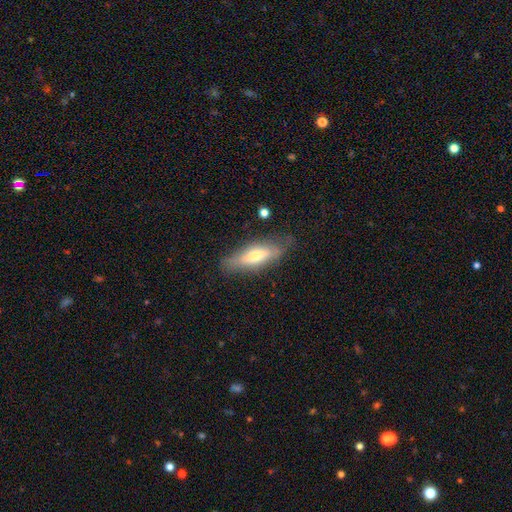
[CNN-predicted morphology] smooth-or-featured: smooth: 57% | featured or disk: 36% | star or artifact: 7%
  how-rounded: in between: 49% (tied) | cigar-shaped: 49% (tied) | round: 2%
  merging: none: 72% | minor disturbance: 21% | major disturbance: 6% | merger: 2%